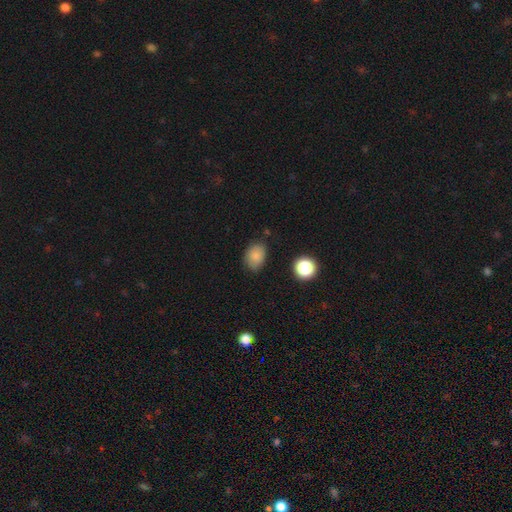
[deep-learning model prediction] This is clearly a smooth galaxy (83%). How rounded: likely in between (72%). Merging: likely none (72%).